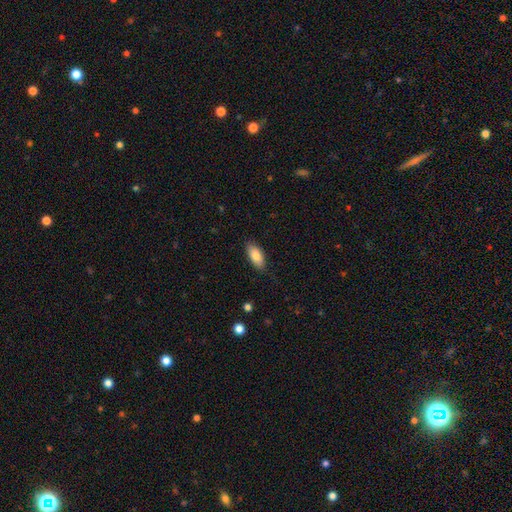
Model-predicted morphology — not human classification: A smooth galaxy with no disk features (84%) that is in between round and cigar-shaped (89%). Merging: none (84%).